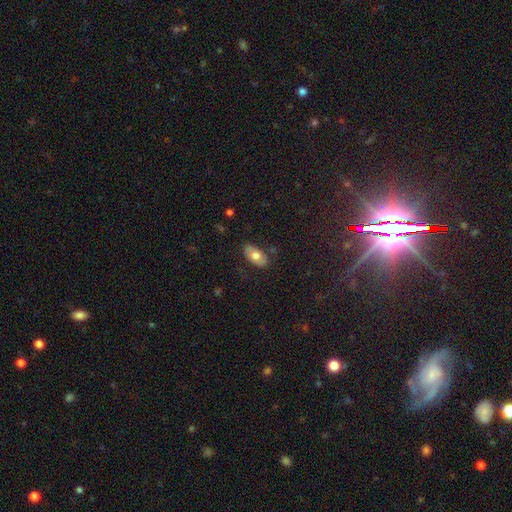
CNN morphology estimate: Overall: smooth (68%). How rounded: in between (93%). Merging: none (78%).